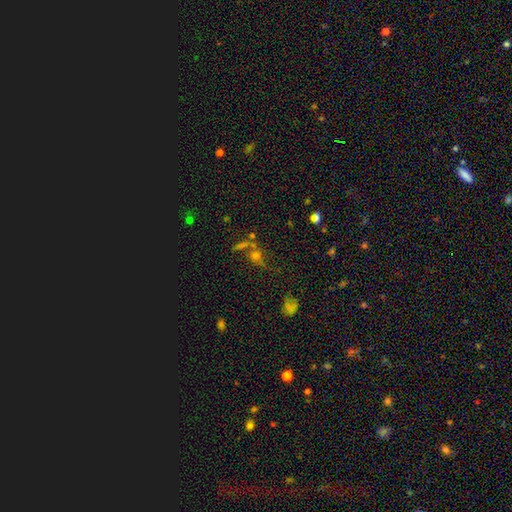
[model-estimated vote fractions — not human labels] The model was most divided on "smooth or featured": smooth: 36%, star or artifact: 33%, featured or disk: 31%. More confident: merging — none (50%).